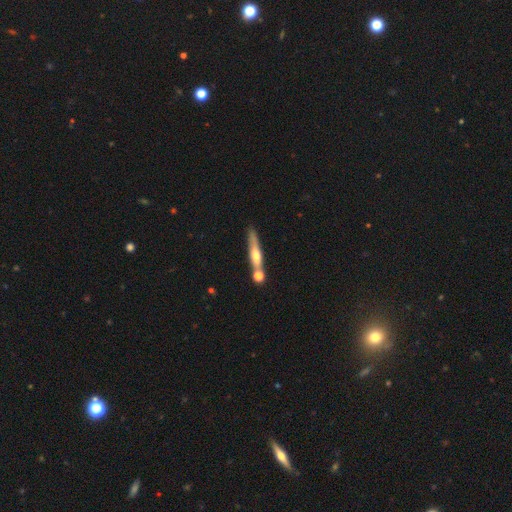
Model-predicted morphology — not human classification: Smooth or featured?
  - featured or disk: 50% *
  - smooth: 43%
  - star or artifact: 7%
Edge-on disk?
  - yes: 87% *
  - no: 13%
Merging?
  - none: 62% *
  - merger: 20%
  - minor disturbance: 13%
  - major disturbance: 4%